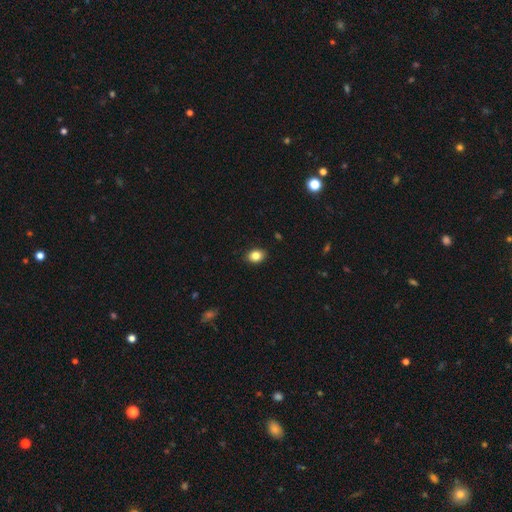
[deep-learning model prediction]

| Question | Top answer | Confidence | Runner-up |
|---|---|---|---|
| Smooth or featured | smooth | 84% | star or artifact (10%) |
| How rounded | in between | 63% | round (36%) |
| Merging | none | 88% | minor disturbance (9%) |